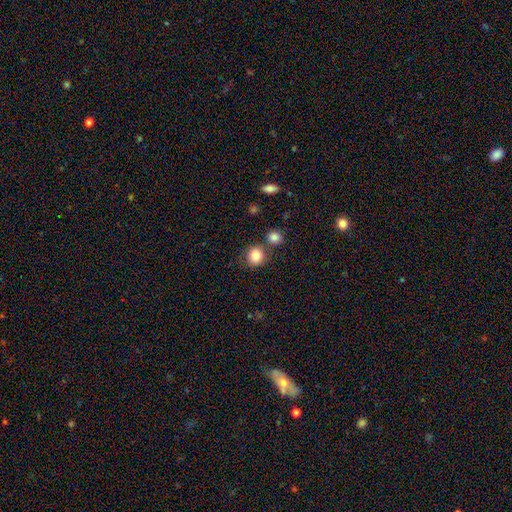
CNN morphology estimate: type=smooth (84%); roundness=round (84%); merging=none (71%).